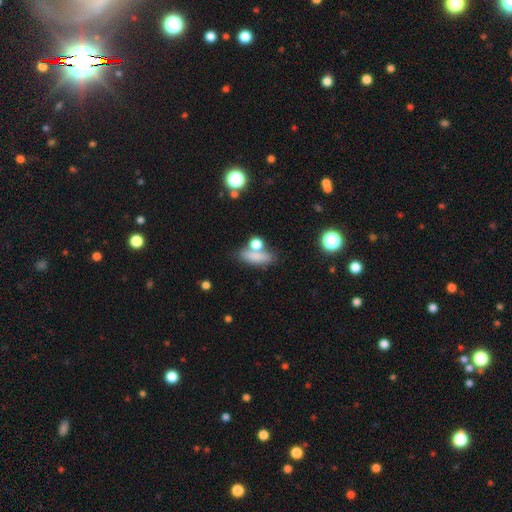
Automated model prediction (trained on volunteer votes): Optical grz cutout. It shows a smooth galaxy with no disk features (76%) that is in between round and cigar-shaped (57%). Merging: none (56%).